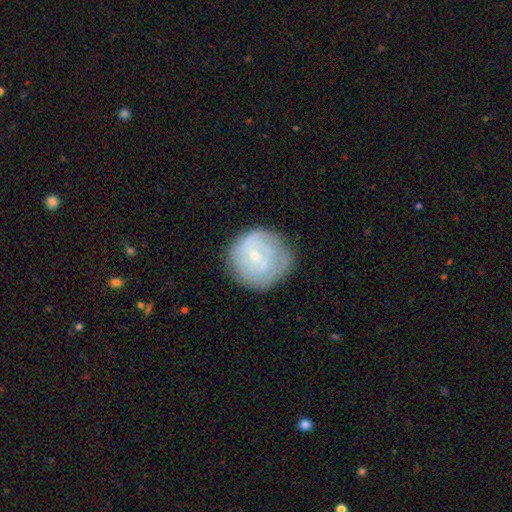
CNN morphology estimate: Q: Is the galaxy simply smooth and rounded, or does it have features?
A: featured or disk — 57%.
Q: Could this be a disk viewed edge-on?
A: no — 97%.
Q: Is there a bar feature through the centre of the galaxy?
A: no — 58%.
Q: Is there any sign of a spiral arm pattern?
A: yes — 73%.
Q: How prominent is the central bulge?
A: small — 73%.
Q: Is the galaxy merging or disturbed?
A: none — 66%.